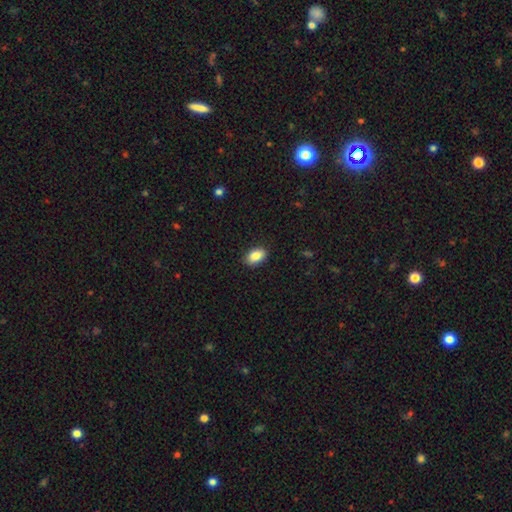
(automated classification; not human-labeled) smooth-or-featured: smooth: 88% | star or artifact: 8% | featured or disk: 5%
  how-rounded: in between: 90% | round: 8% | cigar-shaped: 2%
  merging: none: 88% | minor disturbance: 9% | major disturbance: 2% | merger: 1%